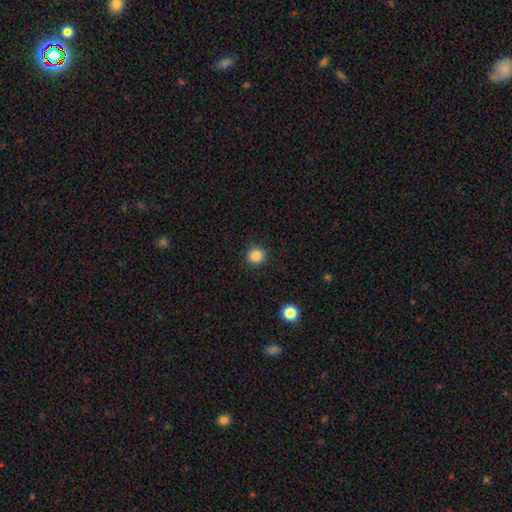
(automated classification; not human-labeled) Smooth or featured?
  - smooth: 85% *
  - star or artifact: 11%
  - featured or disk: 4%
How rounded?
  - round: 94% *
  - in between: 5%
  - cigar-shaped: 1%
Merging?
  - none: 92% *
  - minor disturbance: 5%
  - major disturbance: 2%
  - merger: 1%